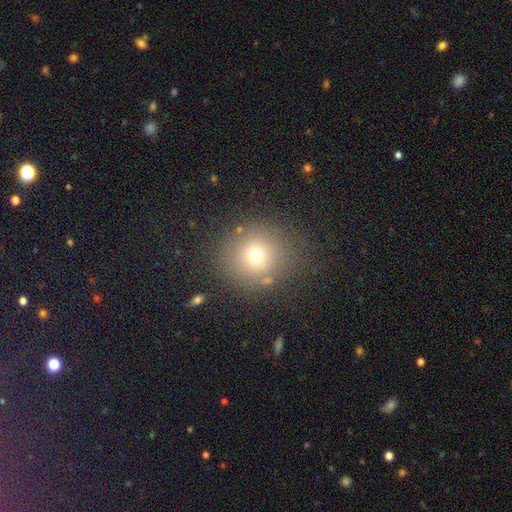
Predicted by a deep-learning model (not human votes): smooth-or-featured: smooth: 69% | star or artifact: 18% | featured or disk: 13%
  how-rounded: round: 91% | in between: 8% | cigar-shaped: 1%
  merging: none: 81% | minor disturbance: 10% | major disturbance: 6% | merger: 3%